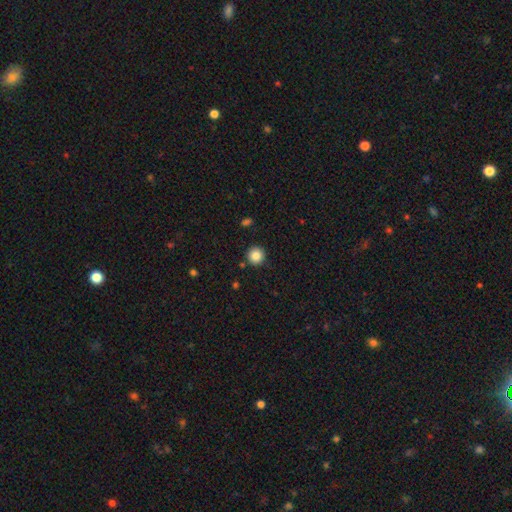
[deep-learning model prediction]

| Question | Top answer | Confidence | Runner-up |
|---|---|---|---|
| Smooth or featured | smooth | 85% | star or artifact (10%) |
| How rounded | round | 95% | in between (4%) |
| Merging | none | 90% | minor disturbance (6%) |